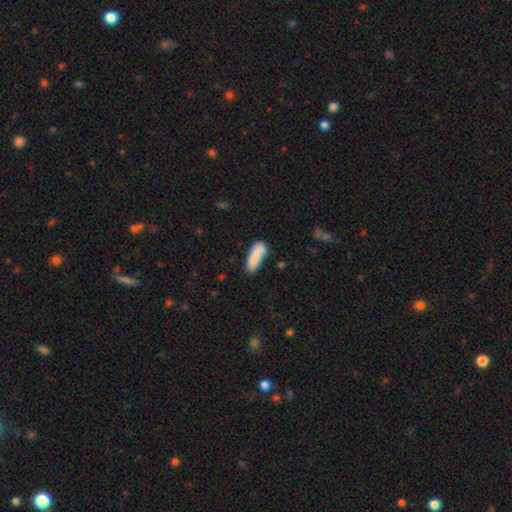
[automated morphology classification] Smooth or featured?
  - smooth: 84% *
  - featured or disk: 9%
  - star or artifact: 7%
How rounded?
  - in between: 49% * (tied)
  - cigar-shaped: 49% * (tied)
  - round: 2%
Merging?
  - none: 61% *
  - minor disturbance: 24%
  - merger: 9%
  - major disturbance: 7%